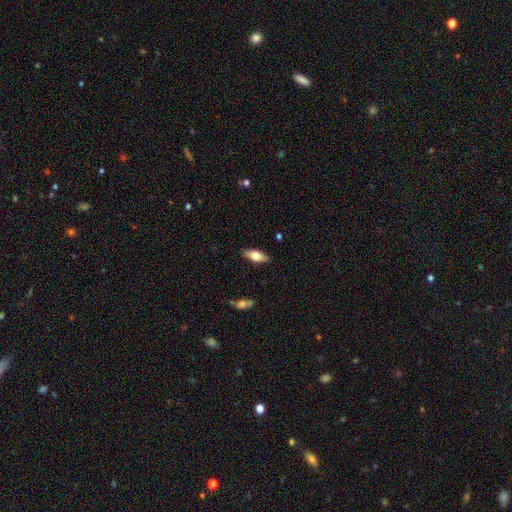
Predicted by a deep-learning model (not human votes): Smooth or featured? smooth (67%)
How rounded? in between (79%)
Merging? none (87%)